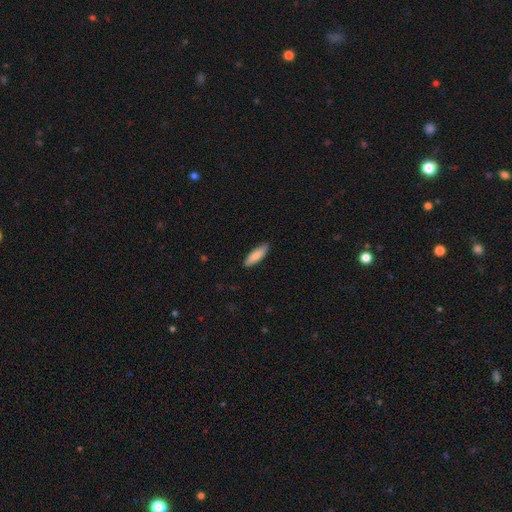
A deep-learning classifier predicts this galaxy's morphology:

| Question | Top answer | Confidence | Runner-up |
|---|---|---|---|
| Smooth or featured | smooth | 87% | featured or disk (8%) |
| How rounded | cigar-shaped | 52% | in between (47%) |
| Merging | none | 86% | minor disturbance (11%) |